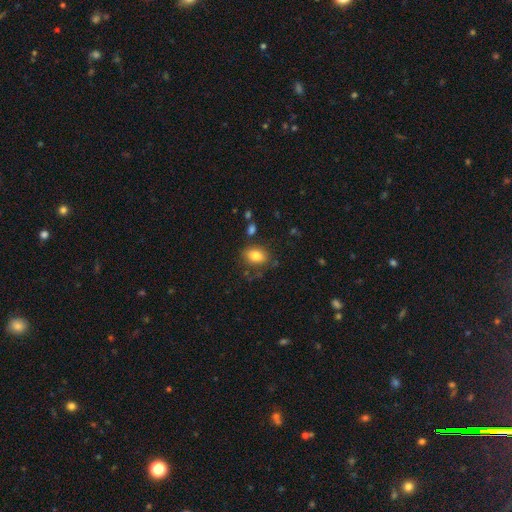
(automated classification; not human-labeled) Smooth or featured?
  - smooth: 81% *
  - featured or disk: 10%
  - star or artifact: 9%
How rounded?
  - in between: 78% *
  - round: 20%
  - cigar-shaped: 2%
Merging?
  - none: 75% *
  - minor disturbance: 16%
  - major disturbance: 5%
  - merger: 5%